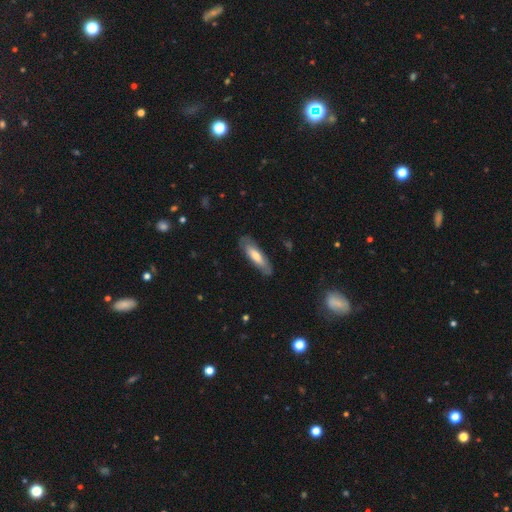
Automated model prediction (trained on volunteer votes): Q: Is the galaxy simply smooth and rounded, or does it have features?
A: smooth — 62%.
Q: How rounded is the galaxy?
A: cigar-shaped — 60%.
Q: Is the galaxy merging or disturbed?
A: none — 81%.